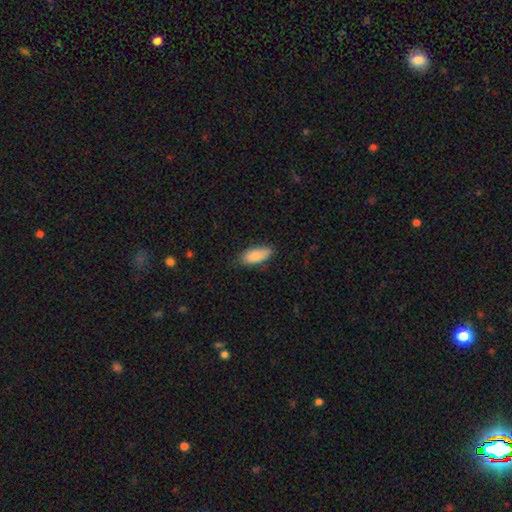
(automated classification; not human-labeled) Smooth or featured? Predicted: smooth (p=0.83). How rounded? Predicted: in between (p=0.86). Merging? Predicted: none (p=0.79).